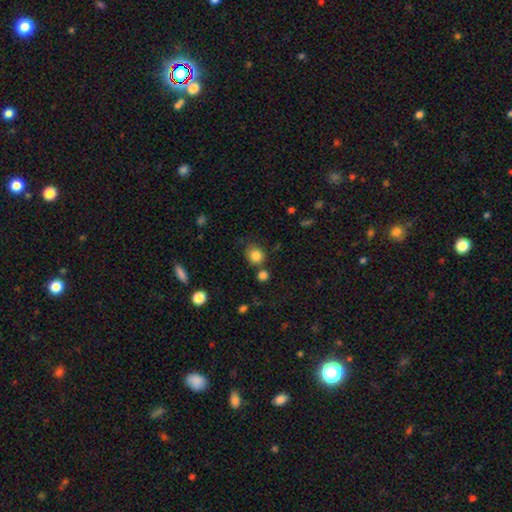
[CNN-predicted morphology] This appears to be a smooth galaxy with no disk features (83%) that is round (80%). Merging: none (69%).